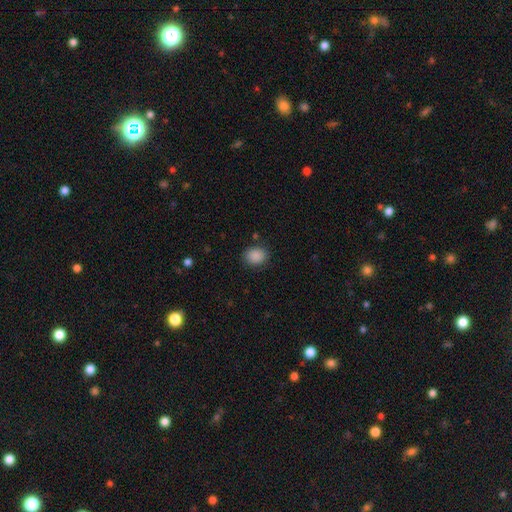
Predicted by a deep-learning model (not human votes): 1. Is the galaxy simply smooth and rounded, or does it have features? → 88% smooth, 9% star or artifact, 3% featured or disk.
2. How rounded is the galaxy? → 57% round, 42% in between, 1% cigar-shaped.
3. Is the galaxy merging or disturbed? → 85% none, 10% minor disturbance, 3% major disturbance, 1% merger.